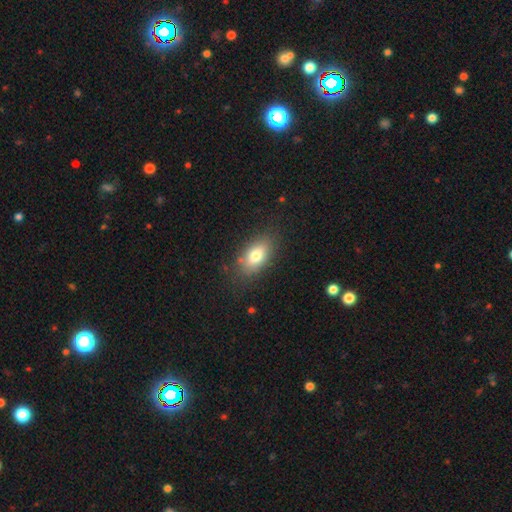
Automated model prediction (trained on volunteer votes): Smooth or featured? Predicted: smooth (p=0.77). How rounded? Predicted: in between (p=0.88). Merging? Predicted: none (p=0.80).